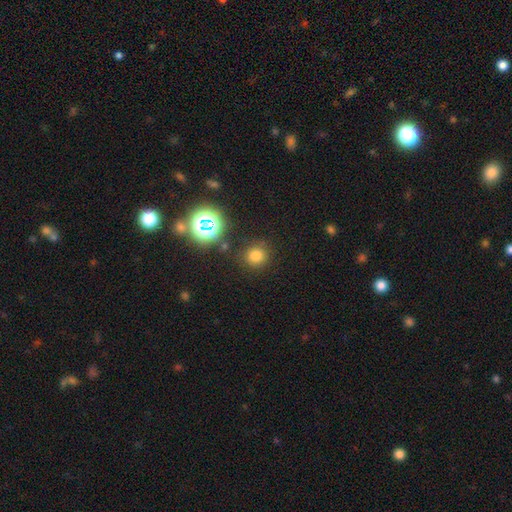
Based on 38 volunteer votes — Smooth or featured? smooth (92%)
How rounded? round (91%)
Merging? none (92%)